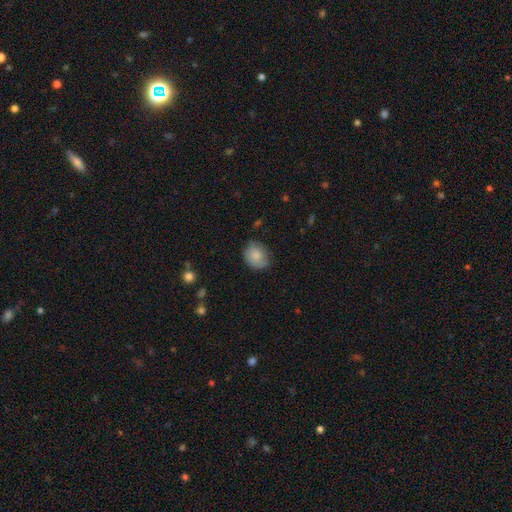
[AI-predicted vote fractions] A smooth galaxy with no disk features (80%) that is round (63%).

Vote fractions:
- Smooth or featured? smooth: 80% / featured or disk: 12% / star or artifact: 7%
- How rounded? round: 63% / in between: 36% / cigar-shaped: 1%
- Merging? none: 67% / minor disturbance: 25% / major disturbance: 6% / merger: 1%